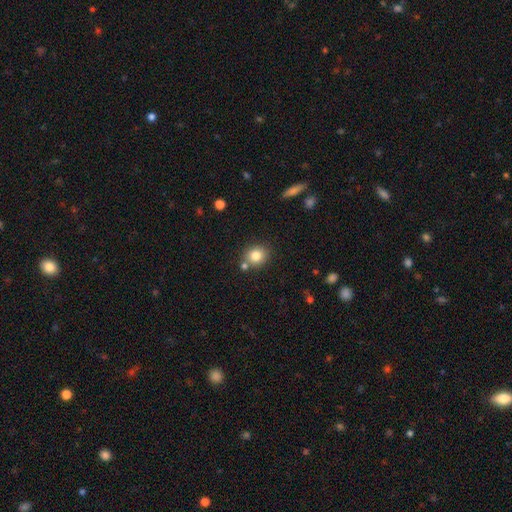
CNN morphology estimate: type=smooth (81%); roundness=round (75%); merging=none (74%).